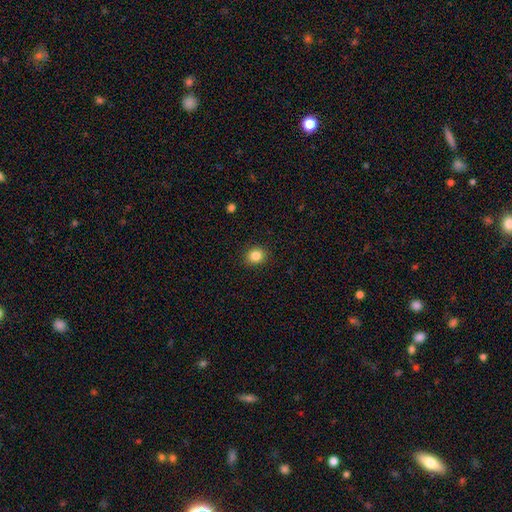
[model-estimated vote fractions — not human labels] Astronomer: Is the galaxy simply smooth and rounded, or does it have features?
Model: smooth — 84%.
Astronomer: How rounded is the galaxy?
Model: round — 77%.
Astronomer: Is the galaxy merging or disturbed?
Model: none — 90%.